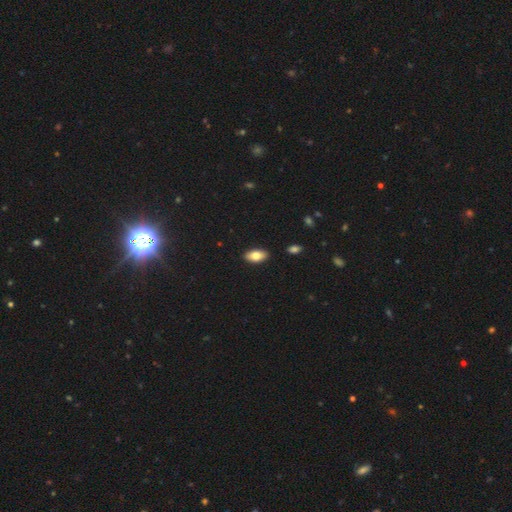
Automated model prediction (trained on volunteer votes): The model was most divided on "smooth or featured": smooth: 79%, featured or disk: 14%, star or artifact: 7%. More confident: how rounded — in between (92%); merging — none (89%).